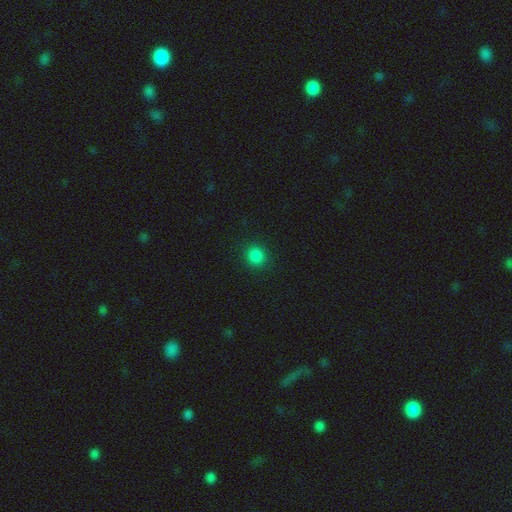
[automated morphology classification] Q: Smooth or featured?
A: smooth (85%); runner-up: star or artifact (13%)
Q: How rounded?
A: round (87%); runner-up: in between (12%)
Q: Merging?
A: none (91%); runner-up: minor disturbance (6%)